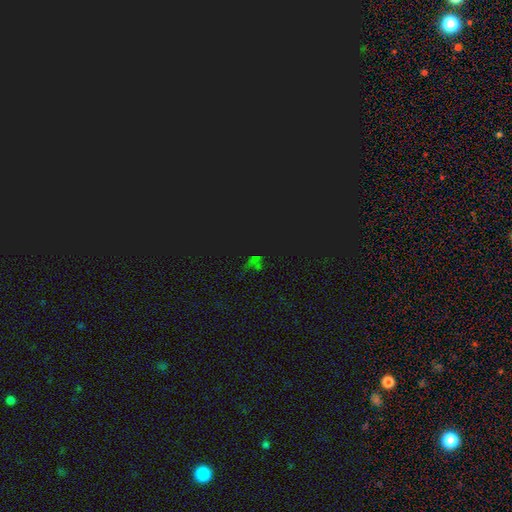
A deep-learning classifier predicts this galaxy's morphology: Overall: star or artifact (74%).